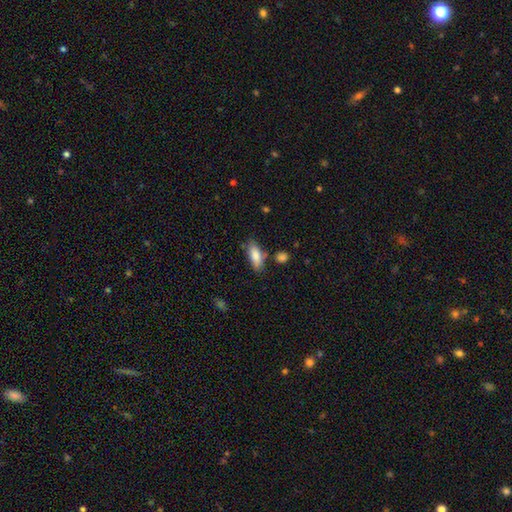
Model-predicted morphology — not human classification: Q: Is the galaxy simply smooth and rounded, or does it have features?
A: smooth — 82%.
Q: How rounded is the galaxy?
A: in between — 74%.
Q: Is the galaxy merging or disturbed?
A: none — 73%.